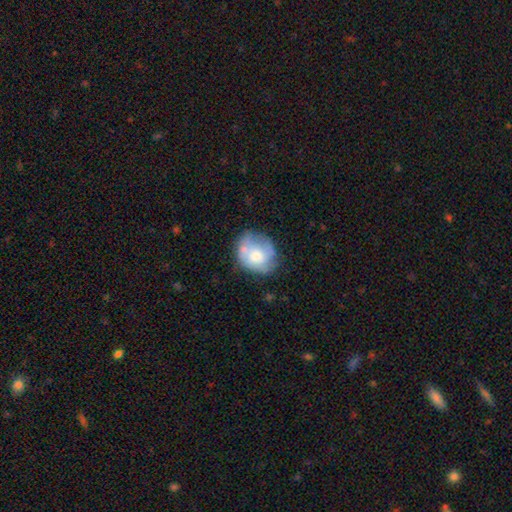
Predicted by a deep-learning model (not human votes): Q: Smooth or featured?
A: smooth (52%); runner-up: featured or disk (41%)
Q: How rounded?
A: round (61%); runner-up: in between (38%)
Q: Merging?
A: none (51%); runner-up: minor disturbance (27%)